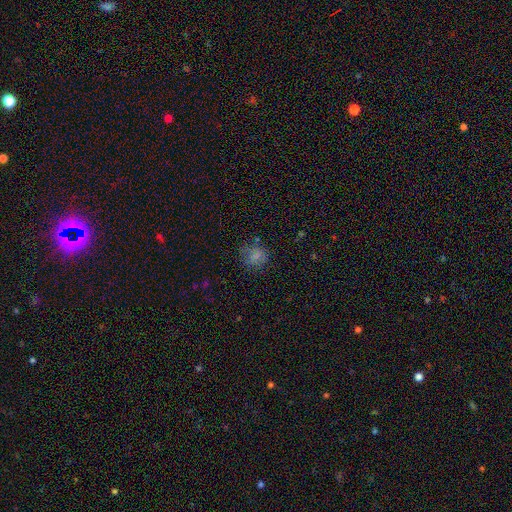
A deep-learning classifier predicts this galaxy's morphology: A smooth galaxy with no disk features (73%) that is round (75%).

Vote fractions:
- Smooth or featured? smooth: 73% / star or artifact: 15% / featured or disk: 12%
- How rounded? round: 75% / in between: 24% / cigar-shaped: 1%
- Merging? none: 71% / minor disturbance: 18% / major disturbance: 8% / merger: 2%